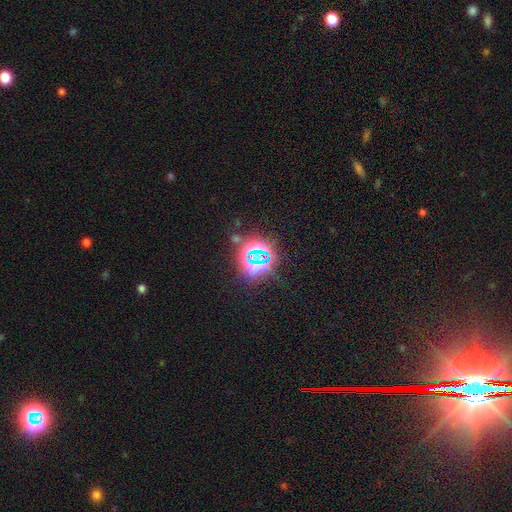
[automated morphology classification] smooth_or_featured: star or artifact (p=0.72) [alt: smooth p=0.20]